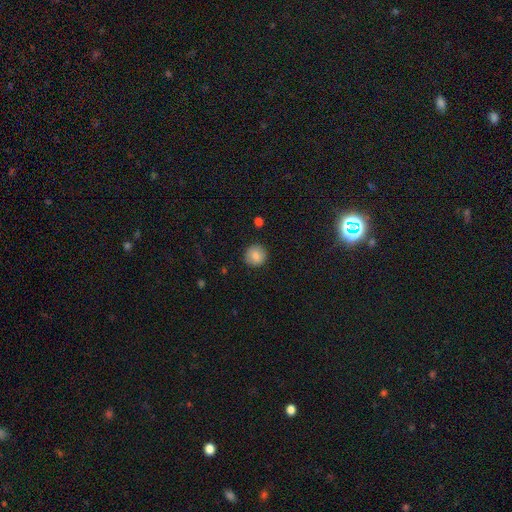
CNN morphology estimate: Smooth or featured? smooth (83%)
How rounded? round (94%)
Merging? none (90%)